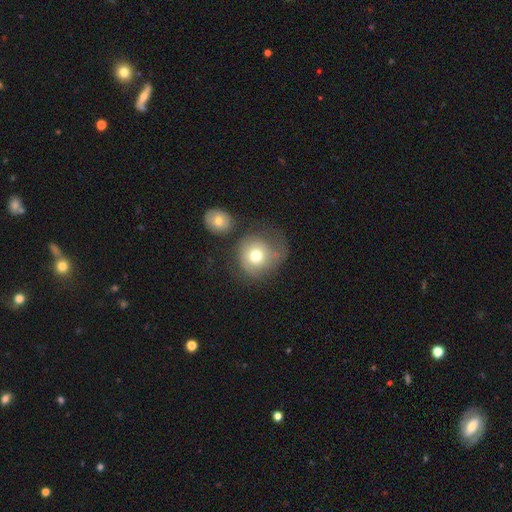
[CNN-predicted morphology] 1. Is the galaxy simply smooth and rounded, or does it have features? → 68% smooth, 23% featured or disk, 9% star or artifact.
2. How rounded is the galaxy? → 84% round, 15% in between, 1% cigar-shaped.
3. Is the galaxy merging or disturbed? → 40% none, 24% major disturbance, 22% minor disturbance, 13% merger.